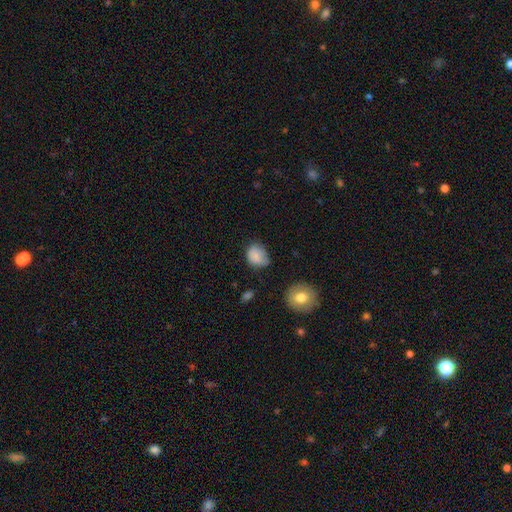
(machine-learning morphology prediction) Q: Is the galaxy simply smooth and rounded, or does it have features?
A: smooth — 84%.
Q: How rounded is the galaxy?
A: in between — 54%.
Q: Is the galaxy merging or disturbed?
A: none — 51%.